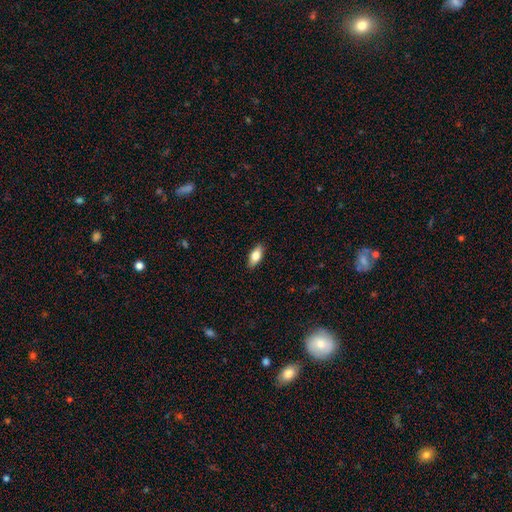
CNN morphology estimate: Q: Smooth or featured?
A: smooth (75%); runner-up: featured or disk (18%)
Q: How rounded?
A: in between (82%); runner-up: cigar-shaped (15%)
Q: Merging?
A: none (89%); runner-up: minor disturbance (8%)